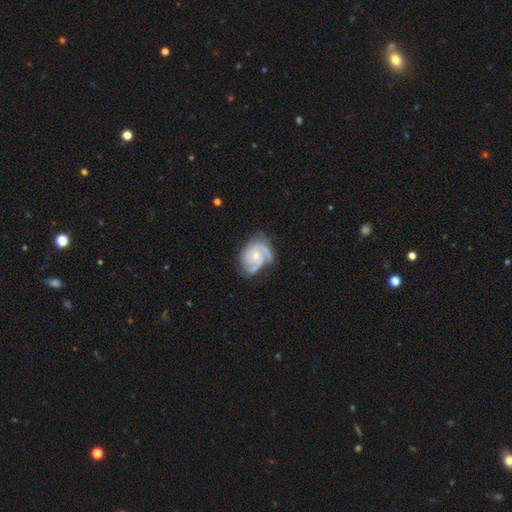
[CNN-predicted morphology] Q: Smooth or featured?
A: featured or disk (87%); runner-up: smooth (8%)
Q: Edge-on disk?
A: no (98%); runner-up: yes (2%)
Q: Bar?
A: no (73%); runner-up: weak (23%)
Q: Spiral arms?
A: yes (97%); runner-up: no (3%)
Q: Spiral winding?
A: tight (55%); runner-up: medium (37%)
Q: Spiral arm count?
A: 3 (46%); runner-up: 2 (32%)
Q: Bulge size?
A: small (53%); runner-up: moderate (43%)
Q: Merging?
A: none (60%); runner-up: minor disturbance (26%)